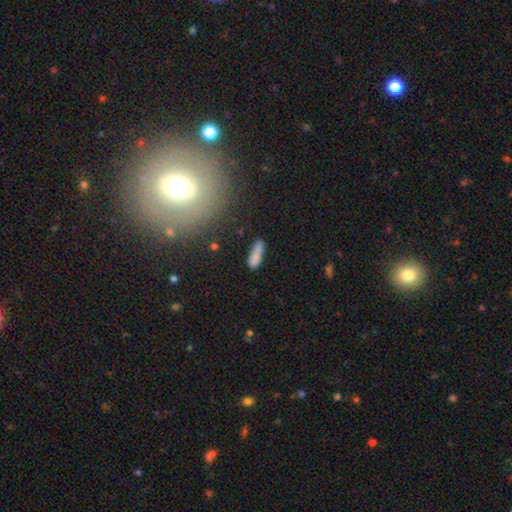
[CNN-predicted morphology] Q: Smooth or featured?
A: smooth (81%); runner-up: featured or disk (11%)
Q: How rounded?
A: cigar-shaped (57%); runner-up: in between (41%)
Q: Merging?
A: none (61%); runner-up: minor disturbance (23%)